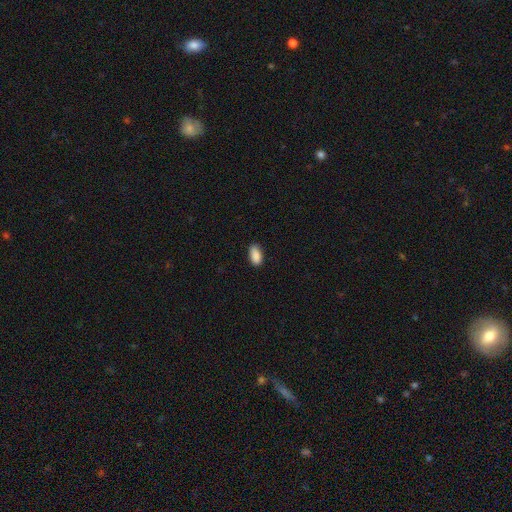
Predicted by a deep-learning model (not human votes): This appears to be a smooth galaxy with no disk features (89%) that is in between round and cigar-shaped (92%). Merging: none (81%).